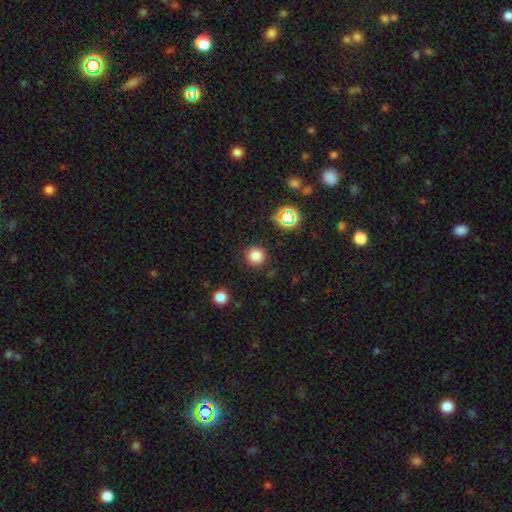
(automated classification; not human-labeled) The model was most divided on "smooth or featured": smooth: 81%, star or artifact: 15%, featured or disk: 4%. More confident: how rounded — round (94%); merging — none (88%).